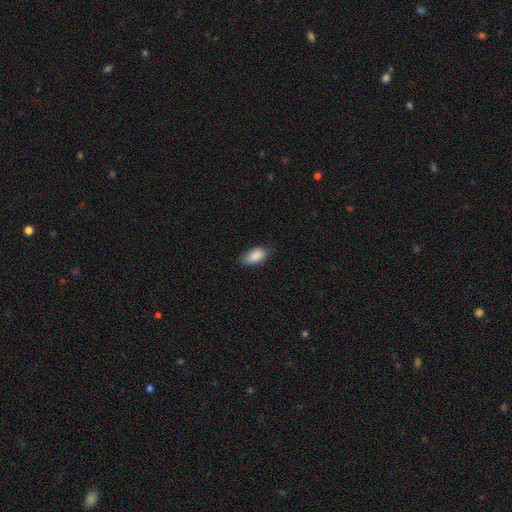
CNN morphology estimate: type=smooth (88%); roundness=in between (92%); merging=none (76%).